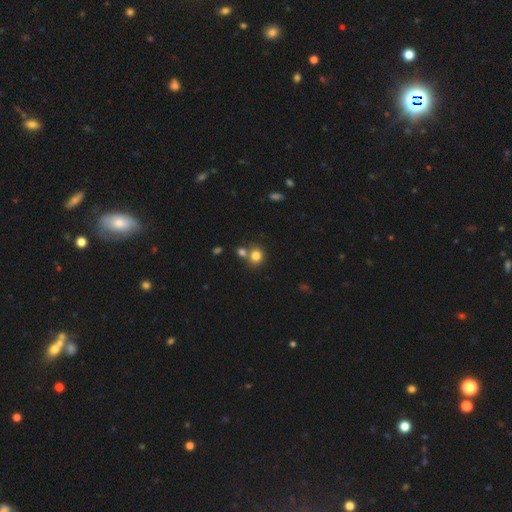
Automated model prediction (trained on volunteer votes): Morphology: type=smooth (81%); roundness=round (80%); merging=none (61%).